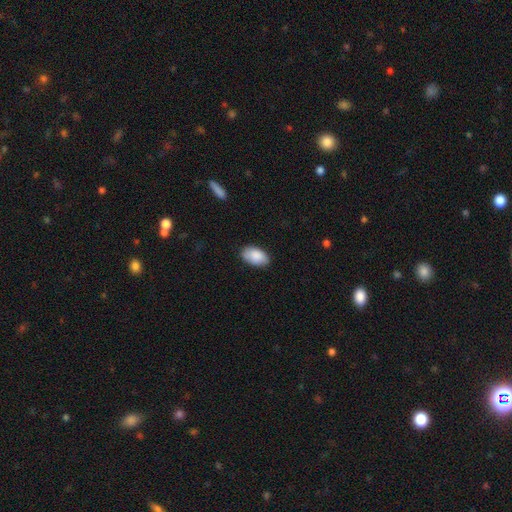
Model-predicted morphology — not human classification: smooth 88%, star or artifact 6%, featured or disk 6%. Down the decision tree: how rounded — in between (94%); merging — none (82%).